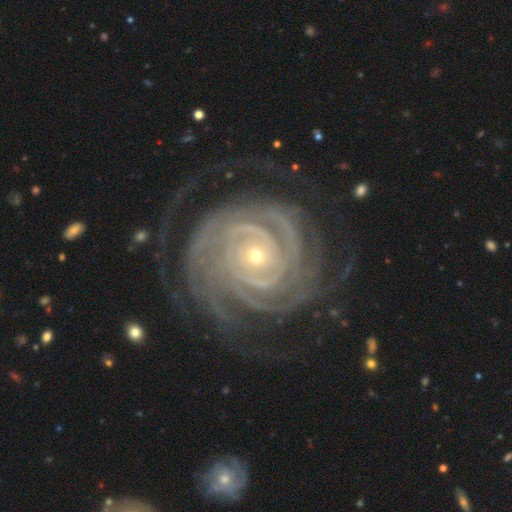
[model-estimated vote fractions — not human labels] A featured or disk galaxy (92%) with no bar (73%), 4 (22%) tight (87%) spiral arms (99%) and a small central bulge (76%). Merging: none (72%).